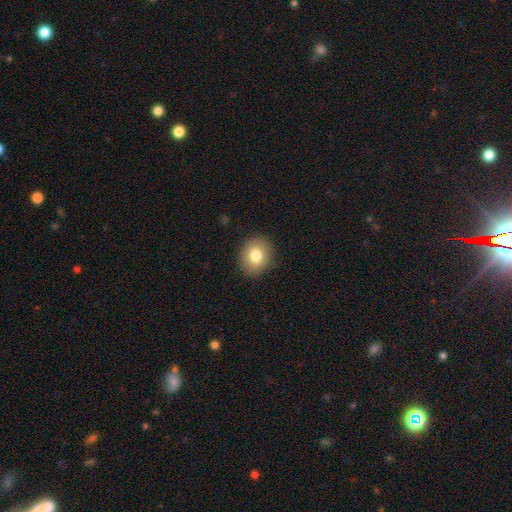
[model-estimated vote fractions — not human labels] Smooth or featured? Predicted: smooth (p=0.80). How rounded? Predicted: round (p=0.57). Merging? Predicted: none (p=0.89).